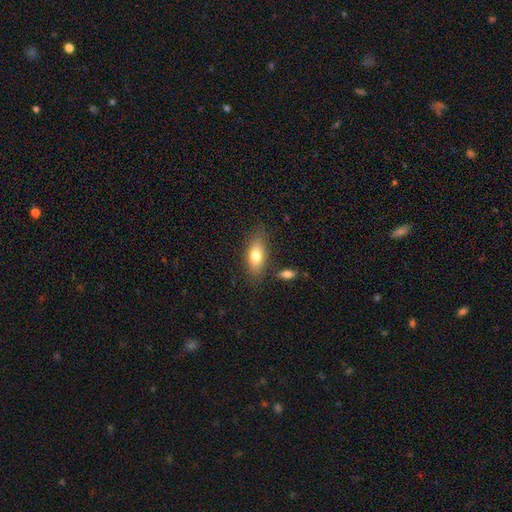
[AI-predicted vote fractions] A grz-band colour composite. It shows a smooth galaxy with no disk features (75%) that is in between round and cigar-shaped (78%). Merging: none (76%).